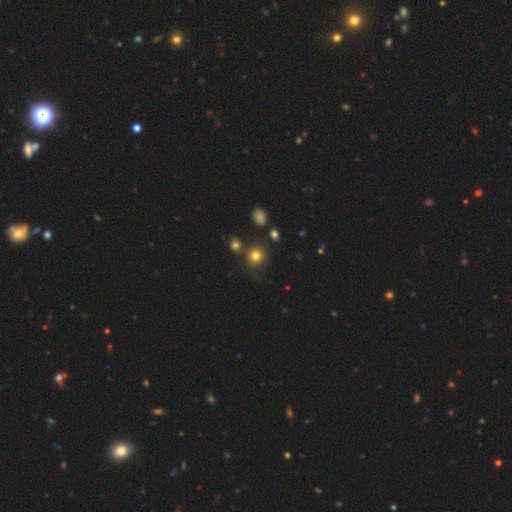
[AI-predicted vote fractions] This is likely a smooth galaxy (79%). How rounded: clearly round (86%). Merging: likely none (76%).